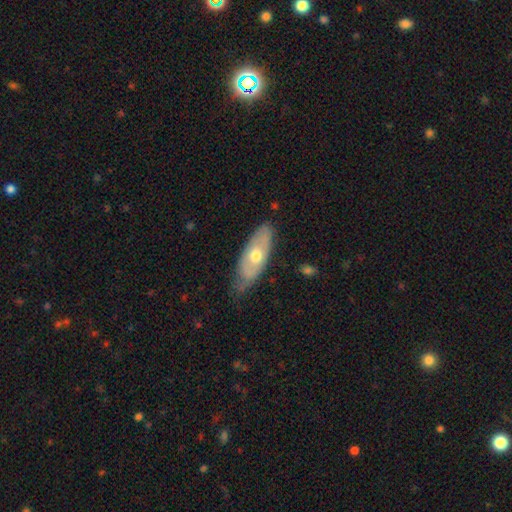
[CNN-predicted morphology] A featured or disk galaxy (51%). Merging: none (69%).